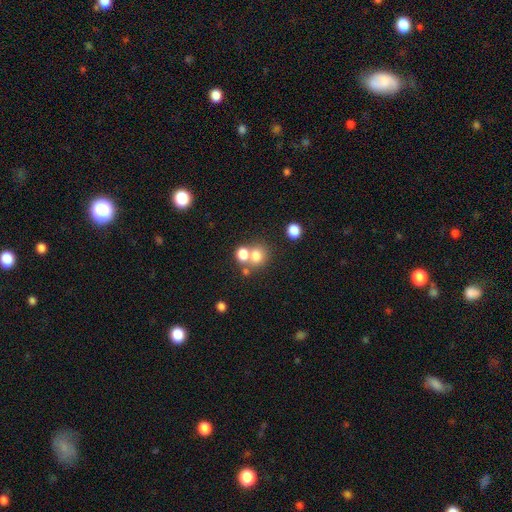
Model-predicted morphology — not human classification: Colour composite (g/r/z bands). It shows a smooth galaxy with no disk features (75%) that is round (71%). Merging: none (45%).